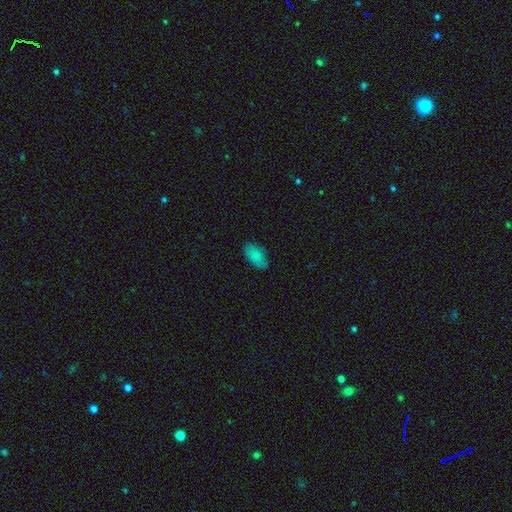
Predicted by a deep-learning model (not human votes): Q: Smooth or featured?
A: smooth (85%); runner-up: star or artifact (8%)
Q: How rounded?
A: in between (94%); runner-up: cigar-shaped (4%)
Q: Merging?
A: none (81%); runner-up: minor disturbance (15%)